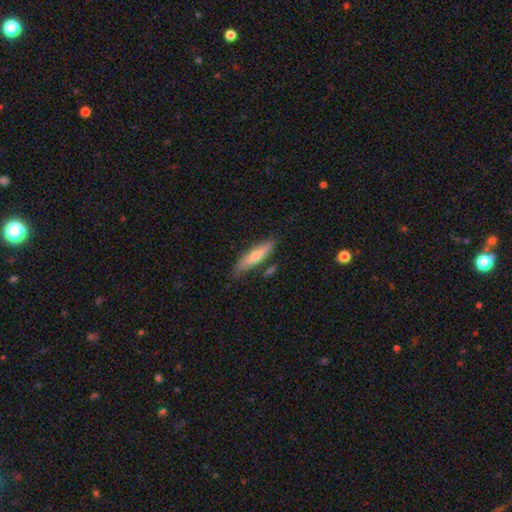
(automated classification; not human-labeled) smooth_or_featured: smooth (p=0.61) [alt: featured or disk p=0.33]
how_rounded: cigar-shaped (p=0.77) [alt: in between p=0.21]
merging: none (p=0.74) [alt: minor disturbance p=0.18]